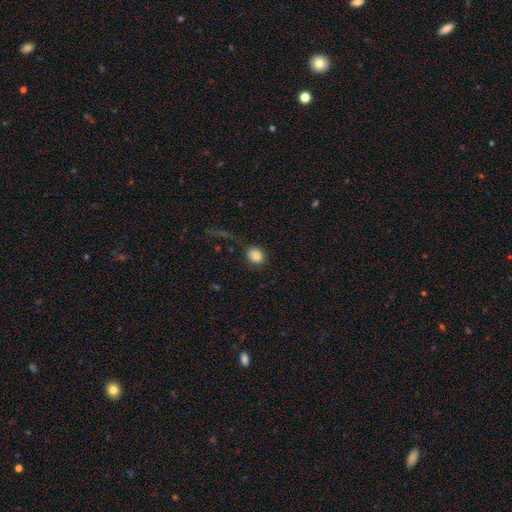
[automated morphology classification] This is clearly a smooth galaxy (85%). How rounded: possibly round (53%). Merging: likely none (74%).